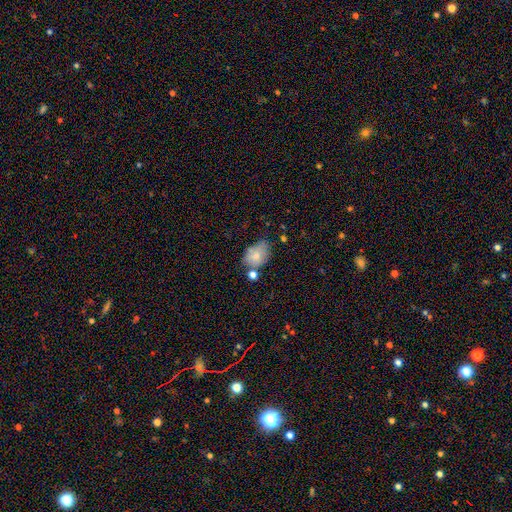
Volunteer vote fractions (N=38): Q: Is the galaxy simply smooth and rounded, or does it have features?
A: smooth — 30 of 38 (79%).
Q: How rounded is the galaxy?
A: in between — 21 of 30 (70%).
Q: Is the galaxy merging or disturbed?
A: merger — 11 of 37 (30%).